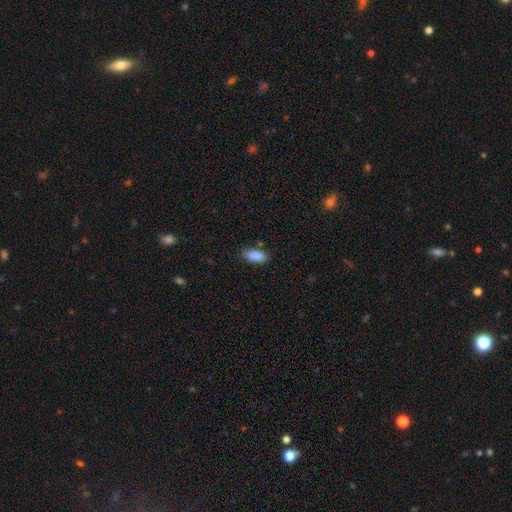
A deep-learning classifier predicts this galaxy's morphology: A smooth galaxy with no disk features (89%) that is in between round and cigar-shaped (83%).

Vote fractions:
- Smooth or featured? smooth: 89% / star or artifact: 7% / featured or disk: 4%
- How rounded? in between: 83% / cigar-shaped: 15% / round: 2%
- Merging? none: 81% / minor disturbance: 14% / major disturbance: 3% / merger: 3%